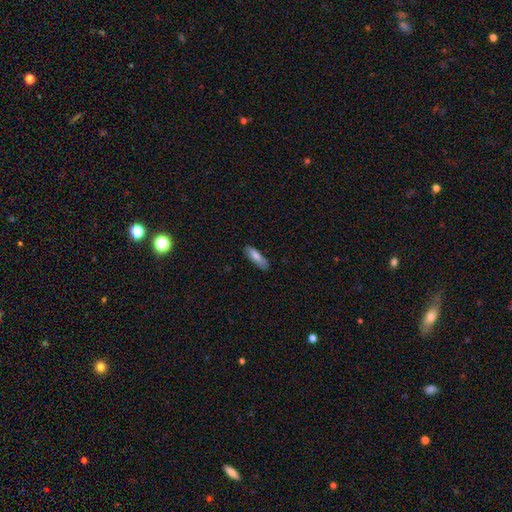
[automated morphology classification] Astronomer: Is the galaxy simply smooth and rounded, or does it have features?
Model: smooth — 79%.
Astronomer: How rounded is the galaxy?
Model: cigar-shaped — 52% (runner-up: in between, 46%).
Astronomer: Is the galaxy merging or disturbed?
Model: none — 80%.